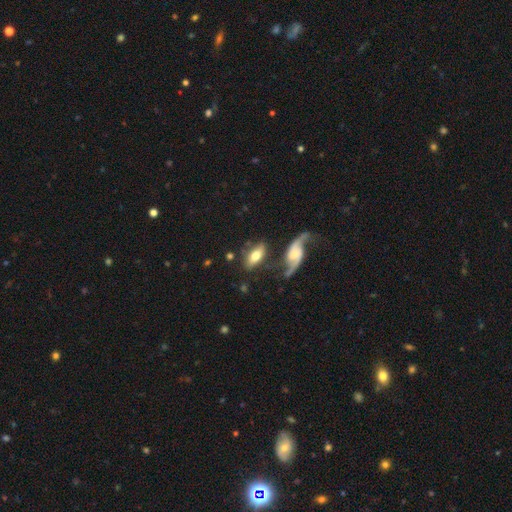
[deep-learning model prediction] Morphology: type=smooth (60%); roundness=in between (90%); merging=none (59%).